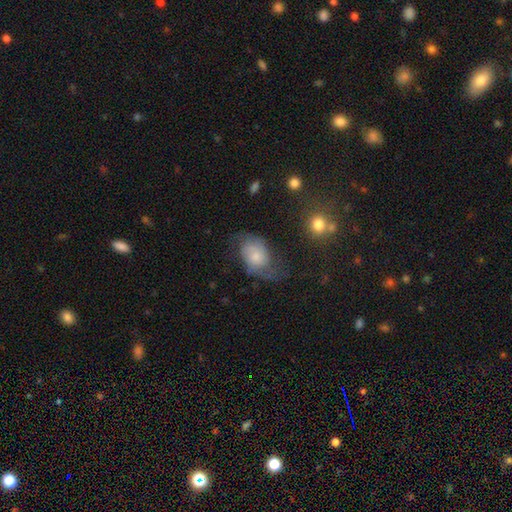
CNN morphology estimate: This appears to be a featured or disk galaxy (51%). Merging: none (43%).